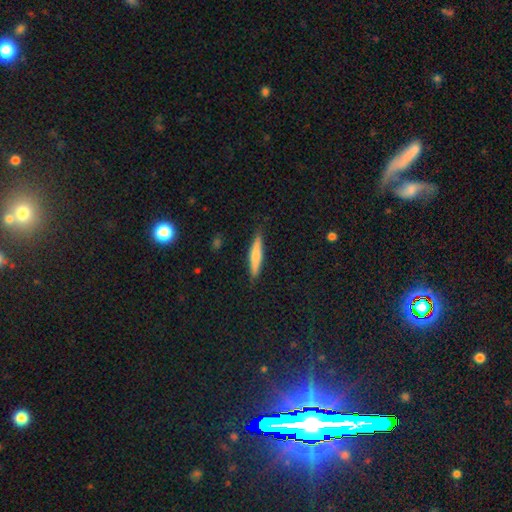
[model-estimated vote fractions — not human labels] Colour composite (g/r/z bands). It shows a smooth galaxy with no disk features (64%) that is cigar-shaped (89%). Merging: none (86%).